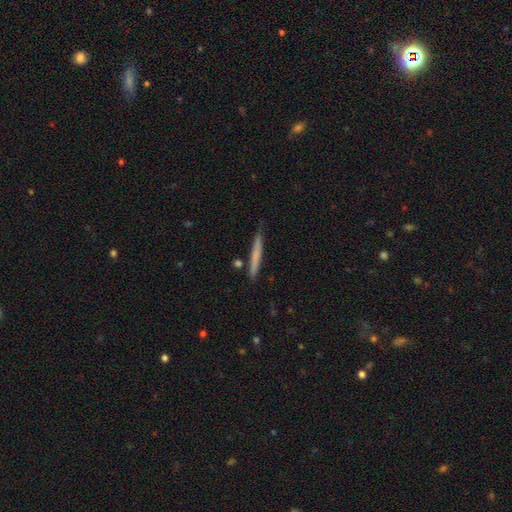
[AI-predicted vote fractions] Q: Smooth or featured?
A: smooth (65%); runner-up: featured or disk (29%)
Q: How rounded?
A: cigar-shaped (96%); runner-up: in between (2%)
Q: Merging?
A: none (86%); runner-up: minor disturbance (10%)